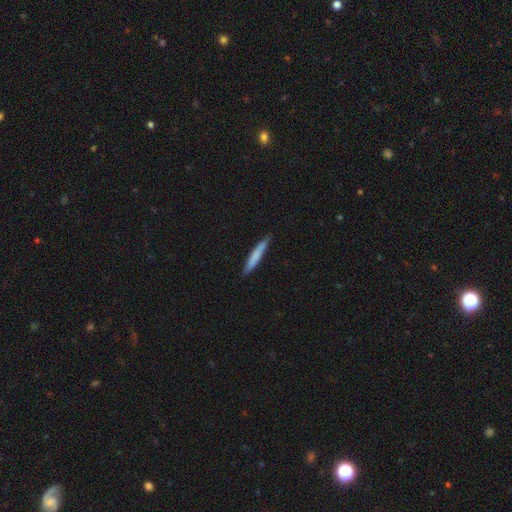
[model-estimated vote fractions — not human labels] Smooth or featured?
  - smooth: 73% *
  - featured or disk: 22%
  - star or artifact: 5%
How rounded?
  - cigar-shaped: 95% *
  - in between: 4%
  - round: 1%
Merging?
  - none: 86% *
  - minor disturbance: 11%
  - major disturbance: 2%
  - merger: 1%